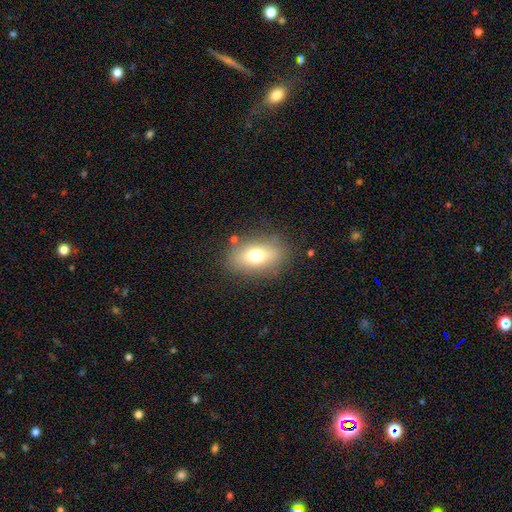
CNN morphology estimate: type=smooth (70%); roundness=in between (81%); merging=none (80%).